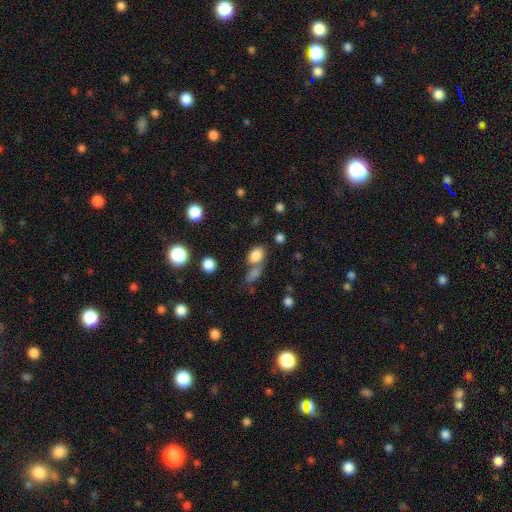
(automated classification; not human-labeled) Smooth or featured?
  - smooth: 82% *
  - star or artifact: 12%
  - featured or disk: 7%
How rounded?
  - in between: 75% *
  - round: 22%
  - cigar-shaped: 2%
Merging?
  - none: 47% *
  - merger: 35%
  - minor disturbance: 12%
  - major disturbance: 6%